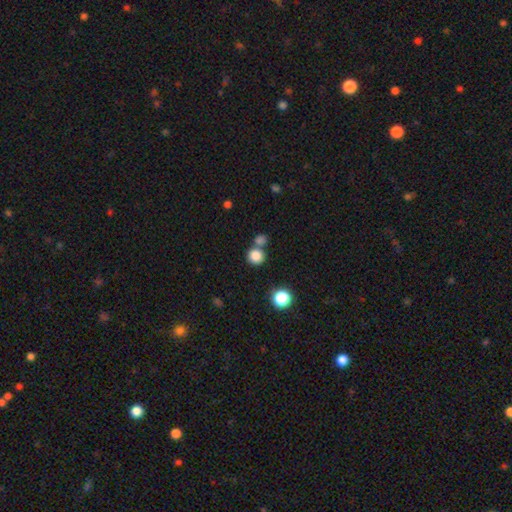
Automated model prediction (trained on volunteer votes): smooth-or-featured: smooth: 83% | star or artifact: 12% | featured or disk: 5%
  how-rounded: round: 89% | in between: 10% | cigar-shaped: 1%
  merging: none: 64% | merger: 25% | minor disturbance: 8% | major disturbance: 3%